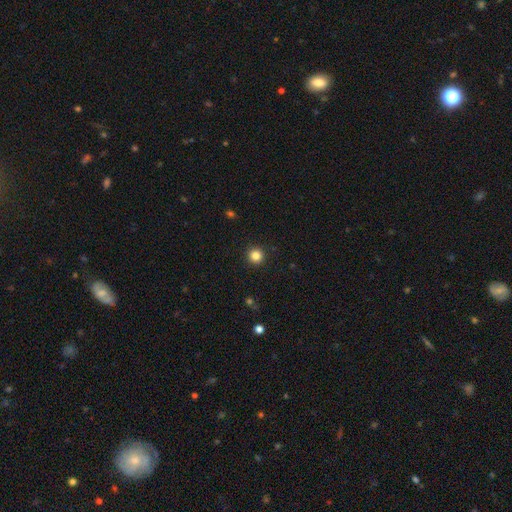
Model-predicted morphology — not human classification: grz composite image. It shows a smooth galaxy with no disk features (84%) that is round (96%). Merging: none (93%).